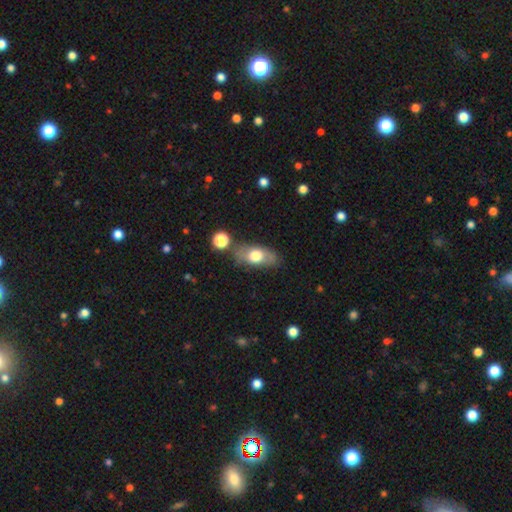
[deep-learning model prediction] Q: Smooth or featured?
A: smooth (64%); runner-up: featured or disk (29%)
Q: How rounded?
A: in between (82%); runner-up: cigar-shaped (9%)
Q: Merging?
A: none (71%); runner-up: minor disturbance (17%)